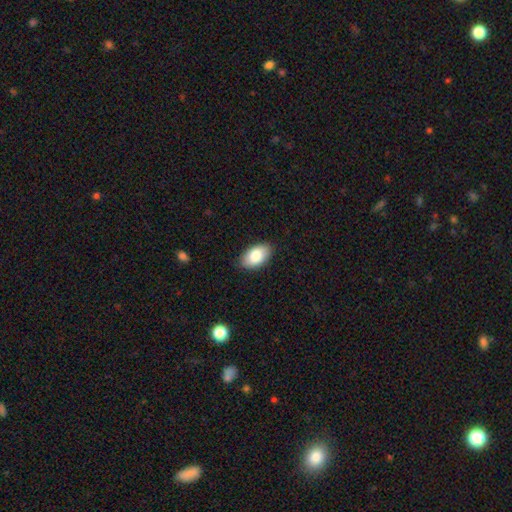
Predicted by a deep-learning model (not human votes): smooth-or-featured: smooth: 85% | featured or disk: 9% | star or artifact: 6%
  how-rounded: in between: 94% | round: 4% | cigar-shaped: 1%
  merging: none: 86% | minor disturbance: 11% | major disturbance: 2% | merger: 1%